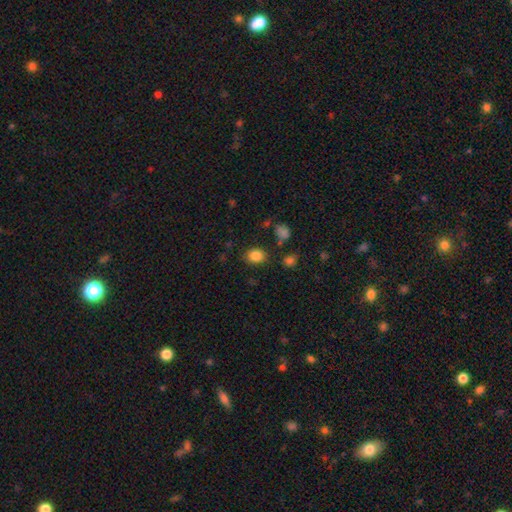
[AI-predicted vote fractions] A smooth galaxy with no disk features (84%) that is in between round and cigar-shaped (53%). Merging: none (83%).